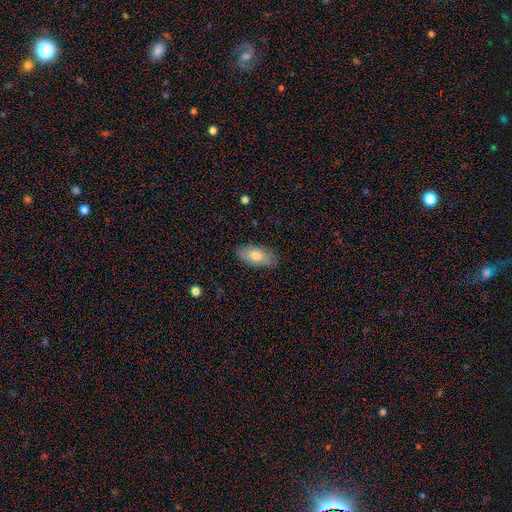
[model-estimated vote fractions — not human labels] This is likely a smooth galaxy (71%). How rounded: clearly in between (92%). Merging: clearly none (83%).